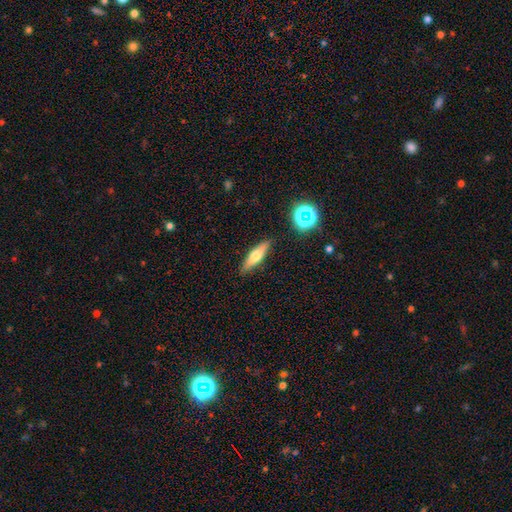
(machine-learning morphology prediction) Smooth or featured: smooth — 56% (featured or disk — 36%)
How rounded: cigar-shaped — 69% (in between — 29%)
Merging: none — 87% (minor disturbance — 9%)